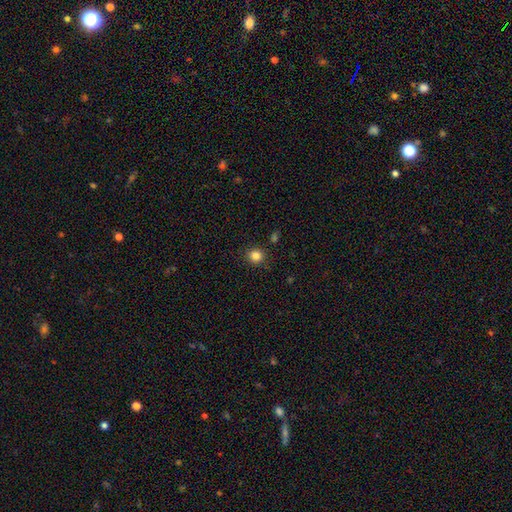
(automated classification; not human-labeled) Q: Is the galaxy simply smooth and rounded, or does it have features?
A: smooth — 83%.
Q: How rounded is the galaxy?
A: round — 90%.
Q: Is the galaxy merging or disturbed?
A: none — 89%.